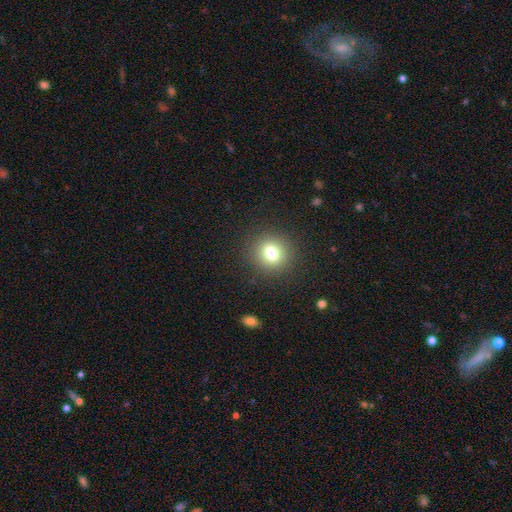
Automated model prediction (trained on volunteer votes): smooth-or-featured: smooth: 70% | star or artifact: 23% | featured or disk: 7%
  how-rounded: round: 94% | in between: 5% | cigar-shaped: 1%
  merging: none: 93% | minor disturbance: 4% | major disturbance: 2% | merger: 1%